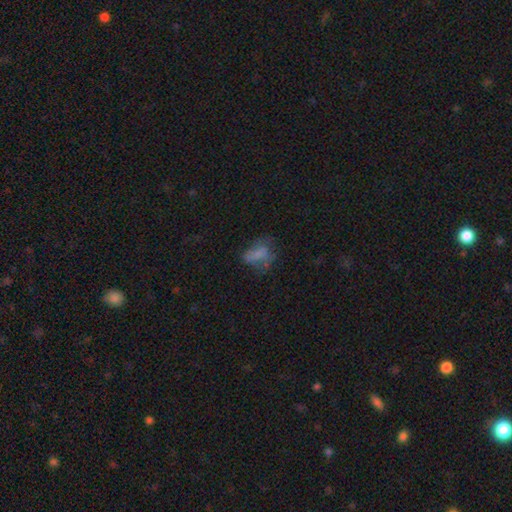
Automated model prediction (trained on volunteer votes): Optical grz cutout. It shows a smooth galaxy with no disk features (50%) that is in between round and cigar-shaped (76%). Merging: none (45%).